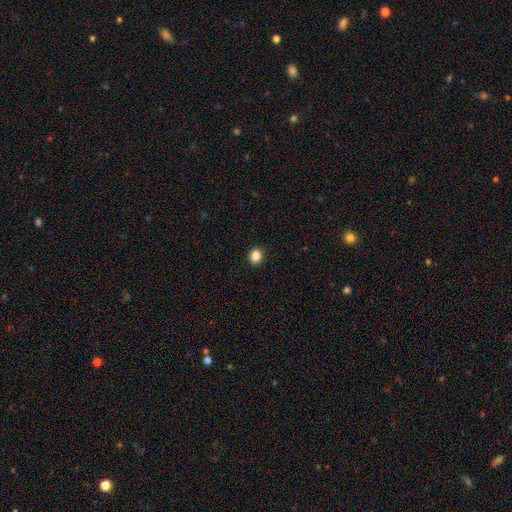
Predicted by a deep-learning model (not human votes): Q: Smooth or featured?
A: smooth (86%); runner-up: star or artifact (10%)
Q: How rounded?
A: round (60%); runner-up: in between (39%)
Q: Merging?
A: none (92%); runner-up: minor disturbance (6%)